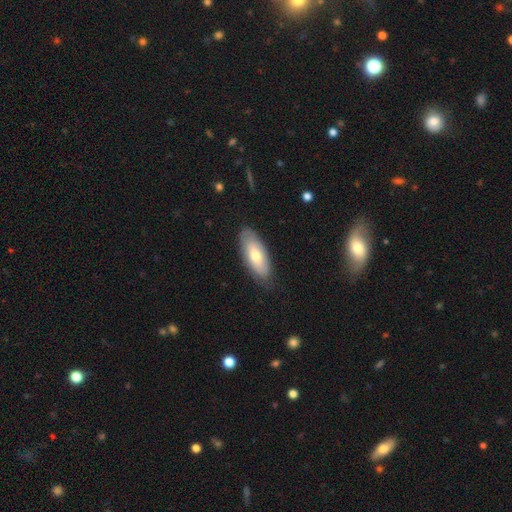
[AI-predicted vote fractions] Smooth or featured?
  - smooth: 62% *
  - featured or disk: 32%
  - star or artifact: 6%
How rounded?
  - in between: 82% *
  - cigar-shaped: 15%
  - round: 2%
Merging?
  - none: 82% *
  - minor disturbance: 14%
  - major disturbance: 3%
  - merger: 1%